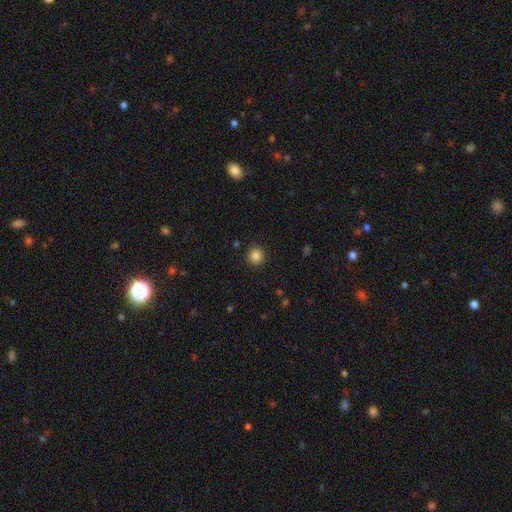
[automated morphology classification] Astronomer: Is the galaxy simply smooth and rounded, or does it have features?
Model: smooth — 85%.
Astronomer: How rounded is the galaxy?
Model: round — 89%.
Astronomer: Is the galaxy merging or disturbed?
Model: none — 90%.